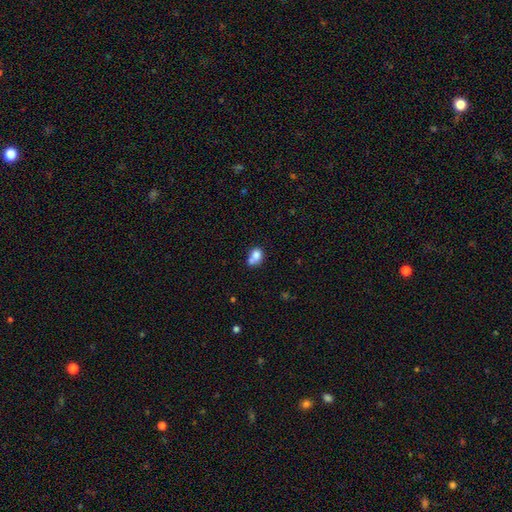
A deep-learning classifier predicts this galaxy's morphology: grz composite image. It shows a smooth galaxy with no disk features (77%) that is in between round and cigar-shaped (51%). Merging: merger (49%).